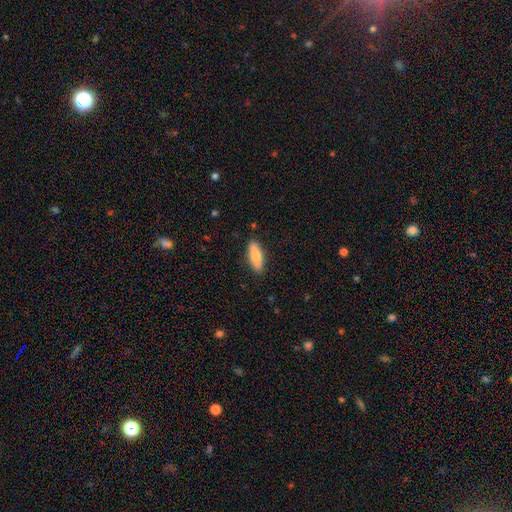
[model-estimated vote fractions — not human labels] A smooth galaxy with no disk features (77%) that is cigar-shaped (52%). Merging: none (88%).